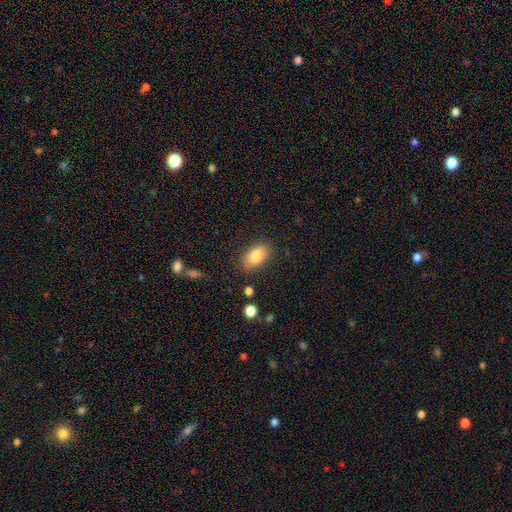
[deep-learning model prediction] Smooth or featured: smooth — 82% (featured or disk — 11%)
How rounded: in between — 89% (round — 9%)
Merging: none — 83% (minor disturbance — 12%)